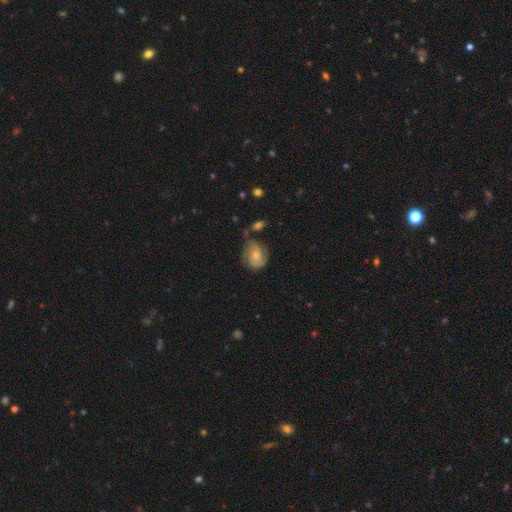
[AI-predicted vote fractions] This is possibly a featured or disk galaxy (56%). It is clearly not viewed edge-on (97%). Bar: likely no (69%). Spiral arm pattern: clearly yes (83%). Central bulge: possibly small (56%). Merging: possibly none (46%).